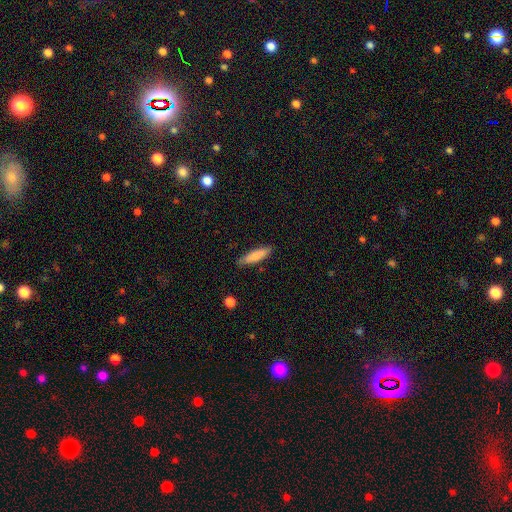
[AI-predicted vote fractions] A smooth galaxy with no disk features (81%) that is cigar-shaped (74%).

Vote fractions:
- Smooth or featured? smooth: 81% / featured or disk: 13% / star or artifact: 6%
- How rounded? cigar-shaped: 74% / in between: 25% / round: 1%
- Merging? none: 85% / minor disturbance: 11% / major disturbance: 2% / merger: 1%